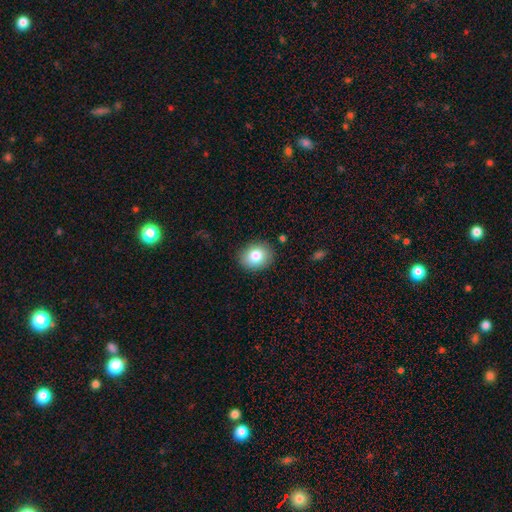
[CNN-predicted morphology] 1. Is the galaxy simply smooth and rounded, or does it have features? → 81% smooth, 10% featured or disk, 9% star or artifact.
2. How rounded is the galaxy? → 55% round, 44% in between, 1% cigar-shaped.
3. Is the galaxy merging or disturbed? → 88% none, 8% minor disturbance, 2% major disturbance, 1% merger.